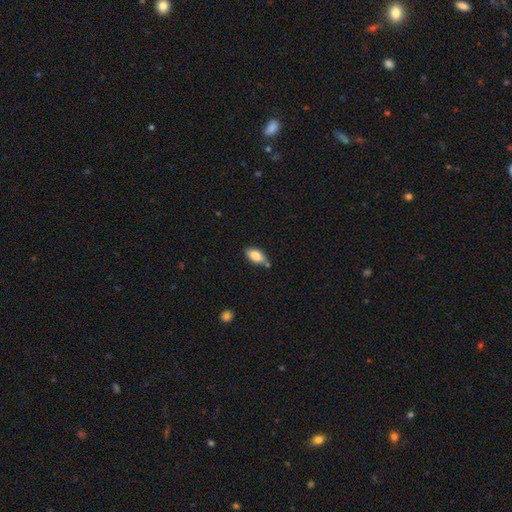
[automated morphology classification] Smooth or featured: smooth — 80% (featured or disk — 13%)
How rounded: in between — 90% (cigar-shaped — 7%)
Merging: none — 68% (minor disturbance — 19%)